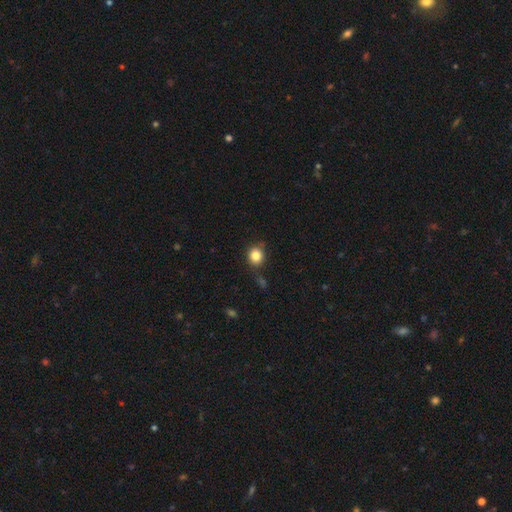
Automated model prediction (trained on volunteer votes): The model was most divided on "how rounded": round: 79%, in between: 20%, cigar-shaped: 1%. More confident: smooth or featured — smooth (84%); merging — none (77%).